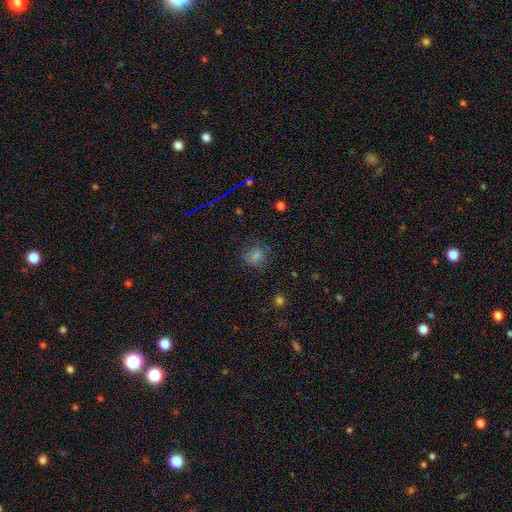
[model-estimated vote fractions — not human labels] Q: Smooth or featured?
A: smooth (61%); runner-up: star or artifact (28%)
Q: How rounded?
A: round (76%); runner-up: in between (22%)
Q: Merging?
A: none (78%); runner-up: minor disturbance (14%)